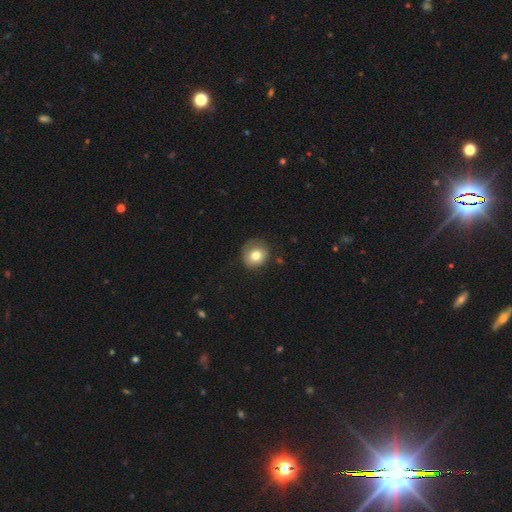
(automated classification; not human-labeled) Smooth or featured? smooth (76%)
How rounded? round (76%)
Merging? none (66%)